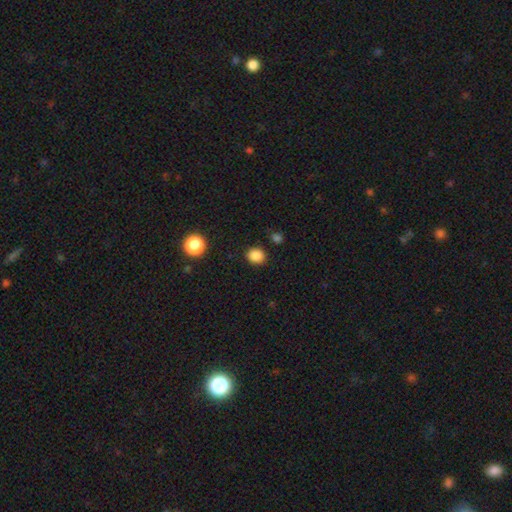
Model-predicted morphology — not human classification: smooth_or_featured: smooth (p=0.86) [alt: star or artifact p=0.11]
how_rounded: round (p=0.75) [alt: in between p=0.24]
merging: none (p=0.88) [alt: minor disturbance p=0.08]